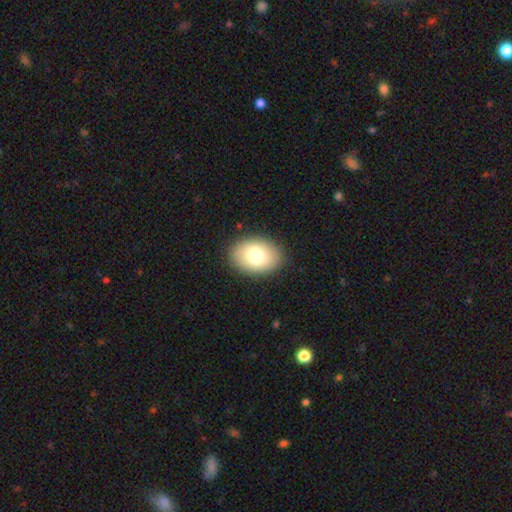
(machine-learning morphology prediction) Overall: smooth (77%). How rounded: in between (75%). Merging: none (88%).